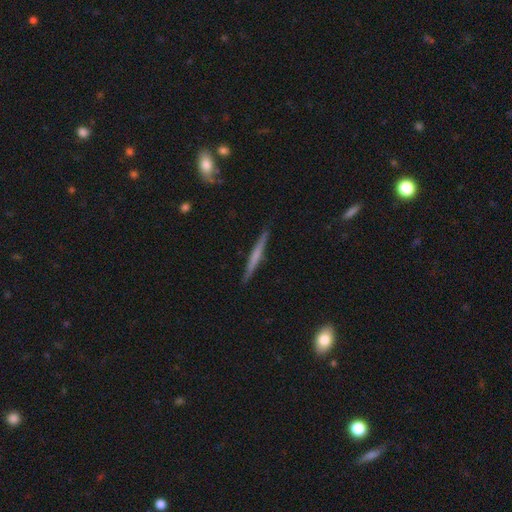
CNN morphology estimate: This appears to be a featured or disk galaxy (53%) viewed edge-on (97%) with no central bulge (69%). Merging: none (90%).